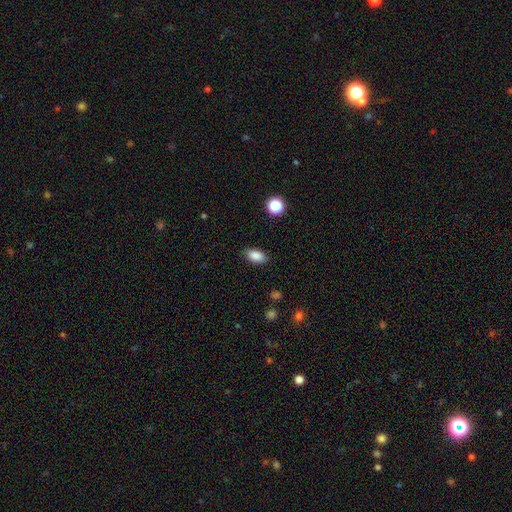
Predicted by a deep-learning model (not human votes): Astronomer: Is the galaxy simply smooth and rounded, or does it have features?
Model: smooth — 87%.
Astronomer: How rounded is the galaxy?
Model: in between — 90%.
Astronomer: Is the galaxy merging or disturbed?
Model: none — 87%.